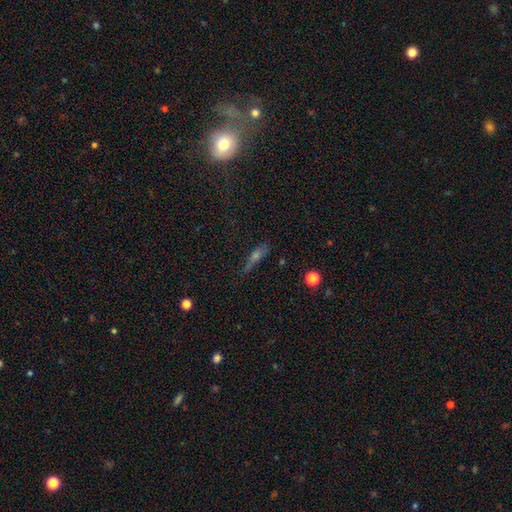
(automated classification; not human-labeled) smooth-or-featured: featured or disk: 43% | smooth: 39% | star or artifact: 19%
  merging: none: 68% | minor disturbance: 21% | major disturbance: 8% | merger: 3%